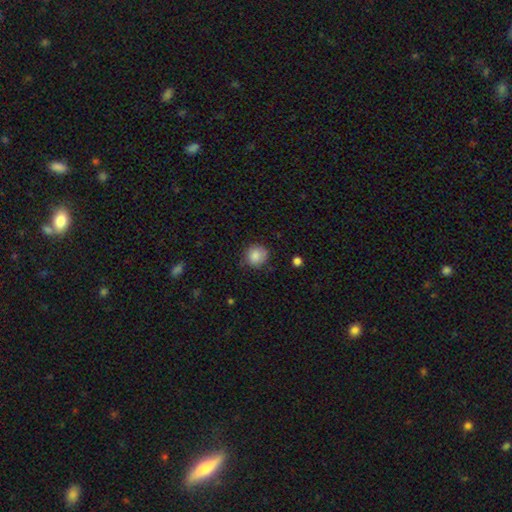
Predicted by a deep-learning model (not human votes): Overall: smooth (85%). How rounded: round (86%). Merging: none (75%).